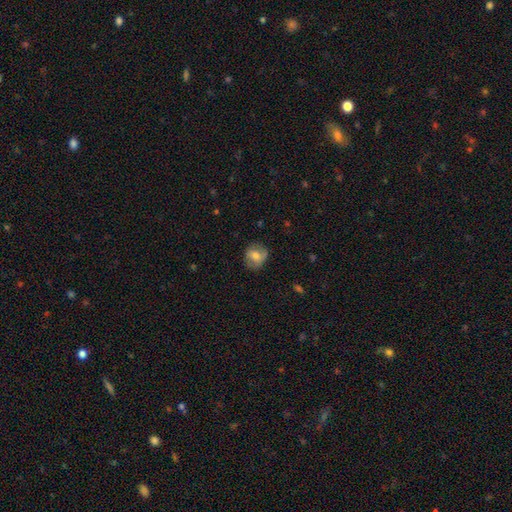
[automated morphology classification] A smooth galaxy with no disk features (62%) that is round (74%). Merging: none (77%).